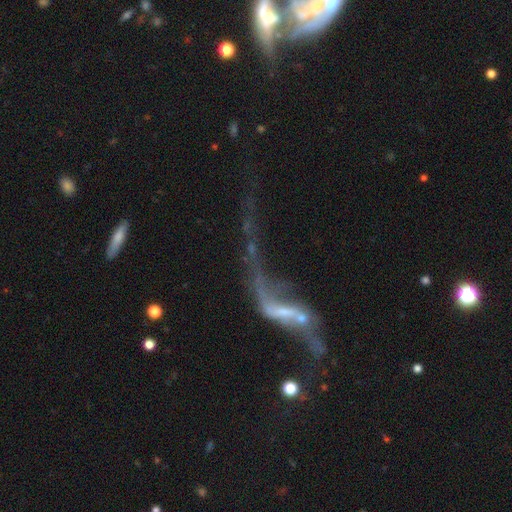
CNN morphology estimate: Smooth or featured? Predicted: featured or disk (p=0.77). Edge-on disk? Predicted: no (p=0.88). Bar? Predicted: no (p=0.38). Spiral arms? Predicted: yes (p=0.73). Bulge size? Predicted: small (p=0.42). Merging? Predicted: major disturbance (p=0.35).